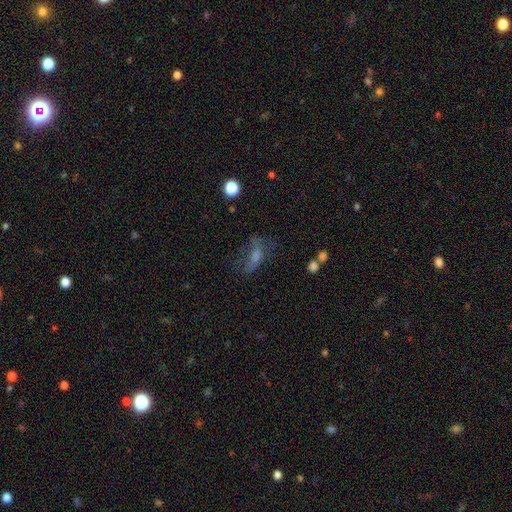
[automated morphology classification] Overall: featured or disk (40%; smooth 37%). Merging: none (46%; major disturbance 28%).